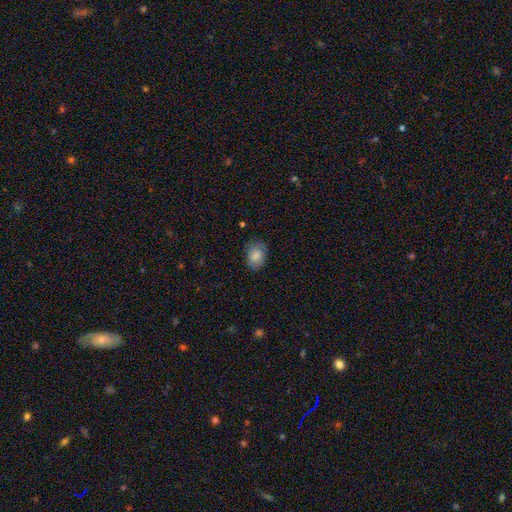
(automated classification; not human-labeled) Smooth or featured? Predicted: smooth (p=0.76). How rounded? Predicted: in between (p=0.67). Merging? Predicted: none (p=0.73).